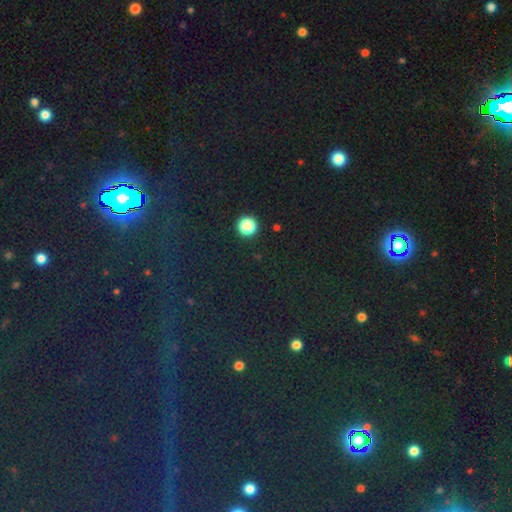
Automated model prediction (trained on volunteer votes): Overall: star or artifact (84%).